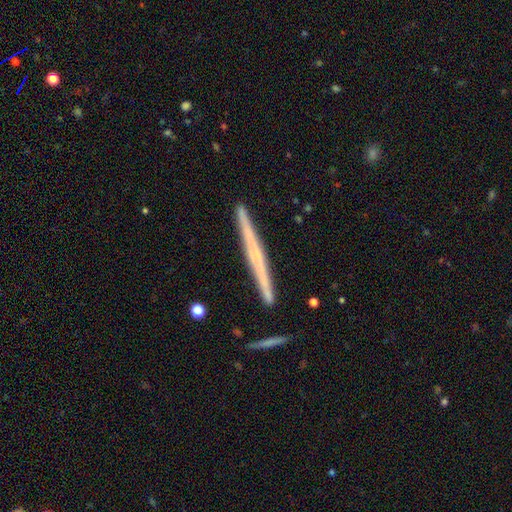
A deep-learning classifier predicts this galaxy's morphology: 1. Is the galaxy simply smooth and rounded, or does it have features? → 64% featured or disk, 29% smooth, 7% star or artifact.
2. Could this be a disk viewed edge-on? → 98% yes, 2% no.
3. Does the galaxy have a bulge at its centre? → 63% none, 29% rounded, 7% boxy.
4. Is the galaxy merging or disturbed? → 88% none, 7% minor disturbance, 3% merger, 2% major disturbance.